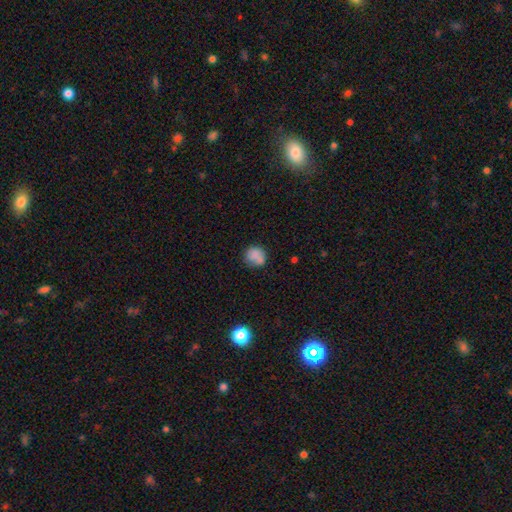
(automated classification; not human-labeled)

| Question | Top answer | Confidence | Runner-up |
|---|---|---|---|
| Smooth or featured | smooth | 81% | featured or disk (9%) |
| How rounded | round | 83% | in between (16%) |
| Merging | none | 62% | minor disturbance (19%) |